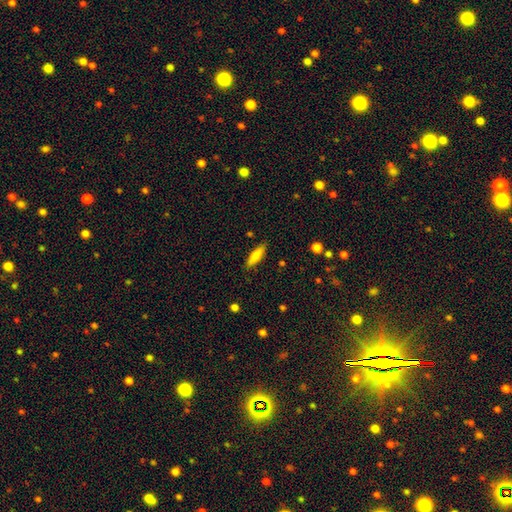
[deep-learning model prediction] Smooth or featured? smooth (76%)
How rounded? cigar-shaped (55%)
Merging? none (86%)